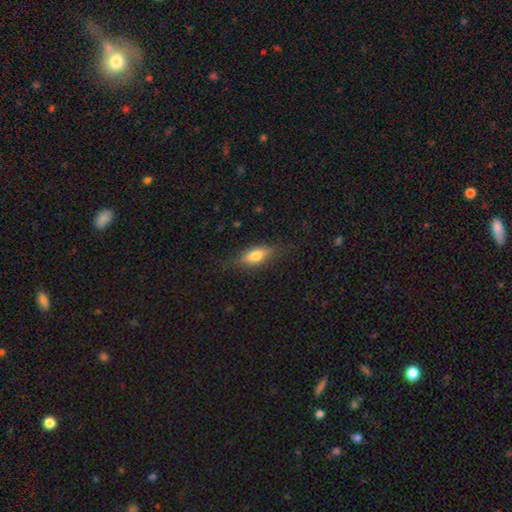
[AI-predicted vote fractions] smooth-or-featured: smooth: 66% | featured or disk: 26% | star or artifact: 8%
  how-rounded: in between: 71% | cigar-shaped: 24% | round: 5%
  merging: none: 79% | minor disturbance: 15% | major disturbance: 5% | merger: 1%